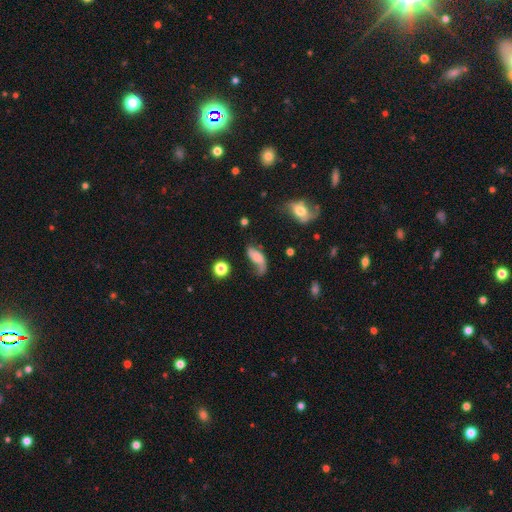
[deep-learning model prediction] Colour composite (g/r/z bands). It shows a featured or disk galaxy (46%). Merging: major disturbance (37%).